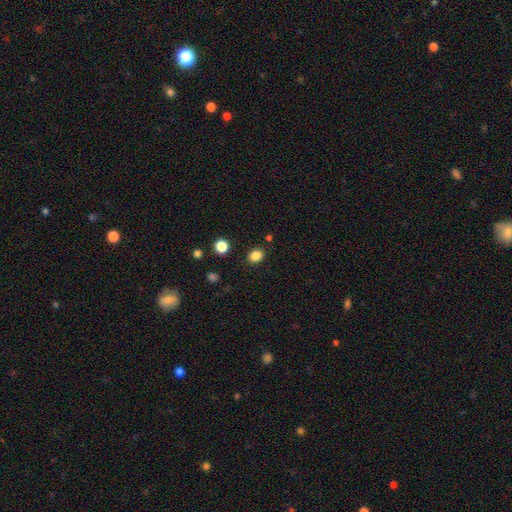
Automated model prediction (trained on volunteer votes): Smooth or featured: smooth — 85% (star or artifact — 11%)
How rounded: round — 52% (in between — 47%)
Merging: none — 87% (minor disturbance — 8%)